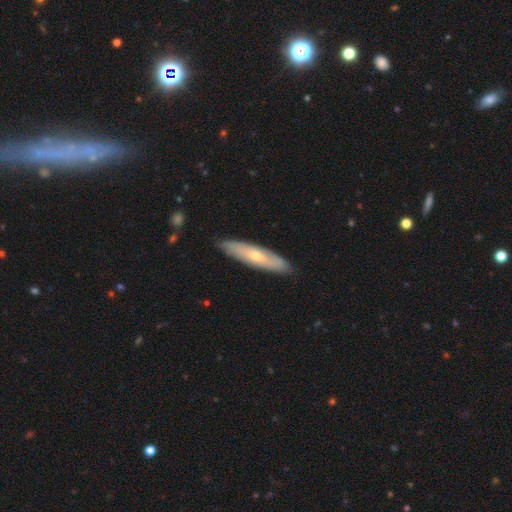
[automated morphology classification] Smooth or featured: featured or disk — 52% (smooth — 43%)
Edge-on disk: yes — 55% (no — 45%)
Merging: none — 87% (minor disturbance — 10%)